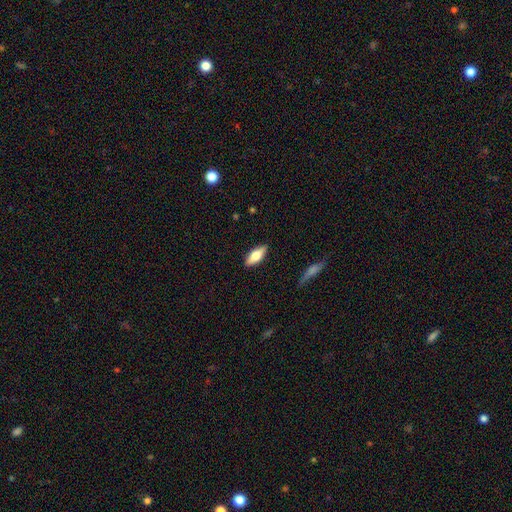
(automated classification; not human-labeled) Smooth or featured? Predicted: smooth (p=0.57). How rounded? Predicted: in between (p=0.68). Merging? Predicted: none (p=0.87).